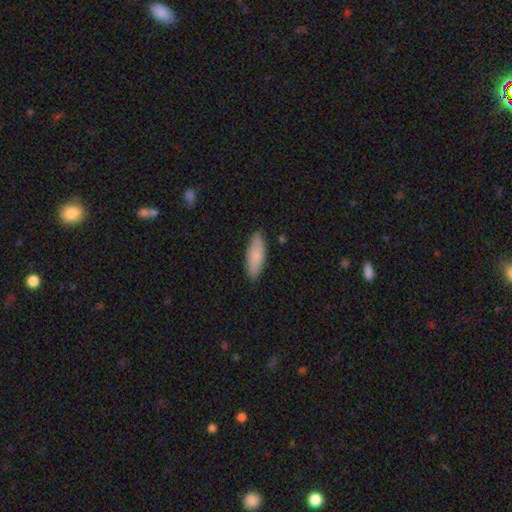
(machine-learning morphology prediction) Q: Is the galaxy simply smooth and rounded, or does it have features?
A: smooth — 85%.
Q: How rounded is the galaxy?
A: in between — 64%.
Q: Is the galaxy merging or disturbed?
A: none — 86%.